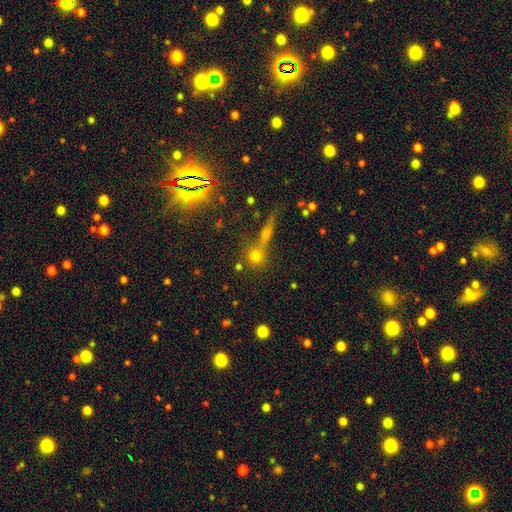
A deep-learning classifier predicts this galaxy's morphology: Smooth or featured: smooth — 68% (star or artifact — 20%)
How rounded: round — 87% (in between — 9%)
Merging: none — 63% (merger — 24%)